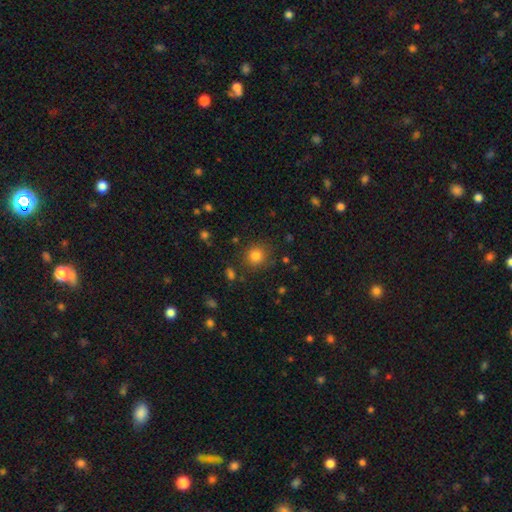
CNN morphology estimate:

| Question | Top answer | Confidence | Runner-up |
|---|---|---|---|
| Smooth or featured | smooth | 81% | star or artifact (13%) |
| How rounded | round | 90% | in between (9%) |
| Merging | none | 84% | minor disturbance (9%) |